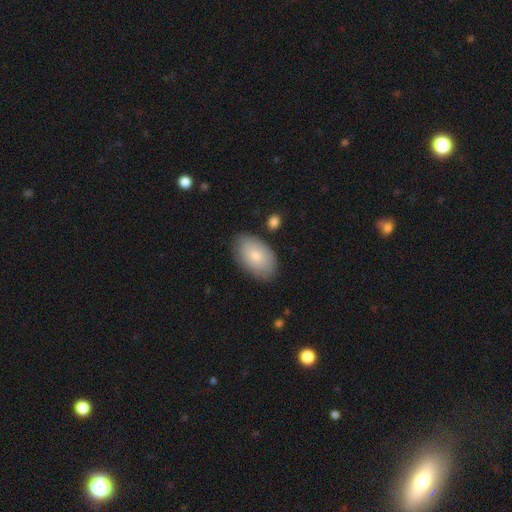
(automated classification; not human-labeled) A smooth galaxy with no disk features (79%) that is in between round and cigar-shaped (94%). Merging: none (82%).